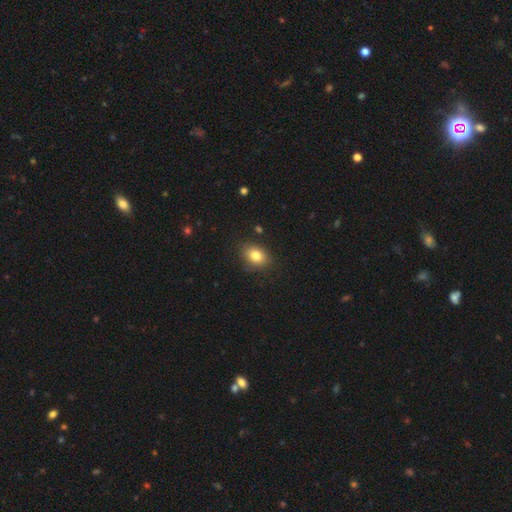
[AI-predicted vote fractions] A smooth galaxy with no disk features (81%) that is in between round and cigar-shaped (69%).

Vote fractions:
- Smooth or featured? smooth: 81% / star or artifact: 10% / featured or disk: 9%
- How rounded? in between: 69% / round: 30% / cigar-shaped: 1%
- Merging? none: 85% / minor disturbance: 11% / major disturbance: 3% / merger: 2%